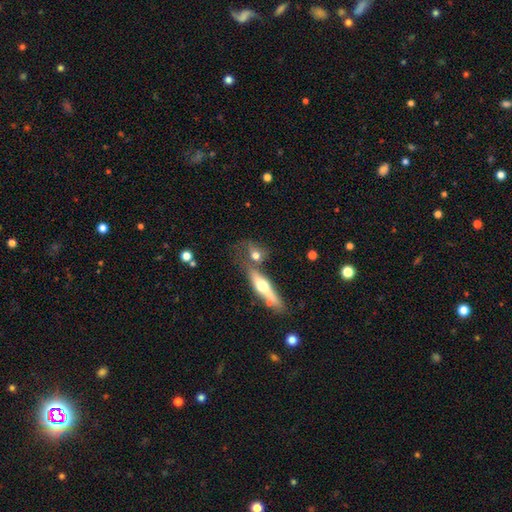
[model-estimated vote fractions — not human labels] smooth_or_featured: smooth (p=0.55) [alt: featured or disk p=0.36]
how_rounded: round (p=0.42) [alt: in between p=0.40]
merging: none (p=0.50) [alt: merger p=0.28]